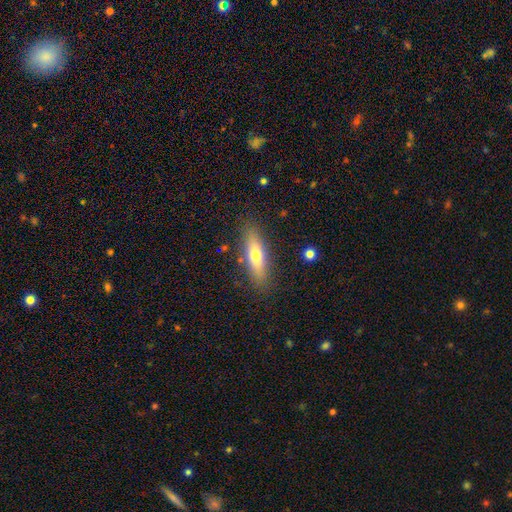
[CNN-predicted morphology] This is likely a smooth galaxy (64%). How rounded: possibly cigar-shaped (58%). Merging: clearly none (85%).